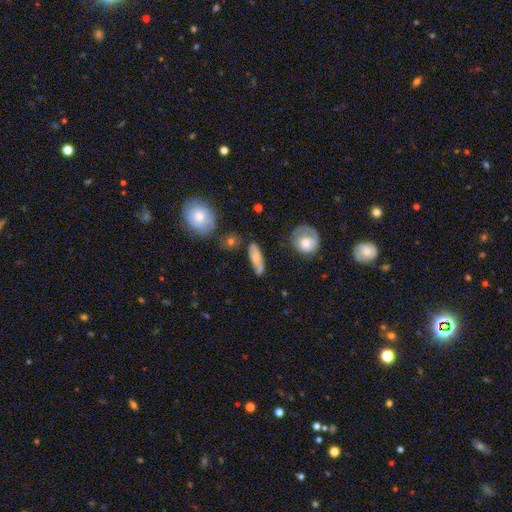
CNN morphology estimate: Smooth or featured? Predicted: smooth (p=0.57). How rounded? Predicted: cigar-shaped (p=0.50). Merging? Predicted: none (p=0.67).